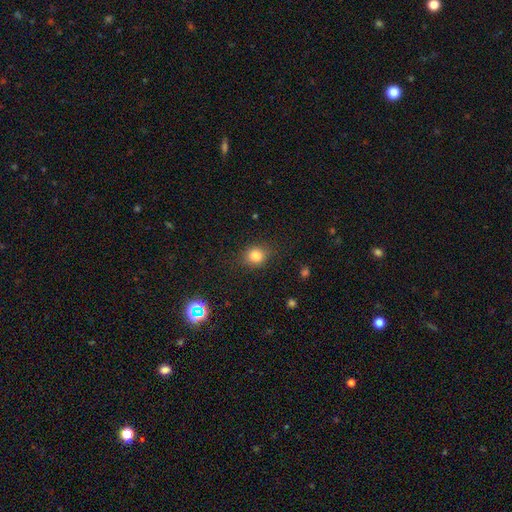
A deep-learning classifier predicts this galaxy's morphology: This appears to be a smooth galaxy with no disk features (81%) that is round (74%). Merging: none (85%).